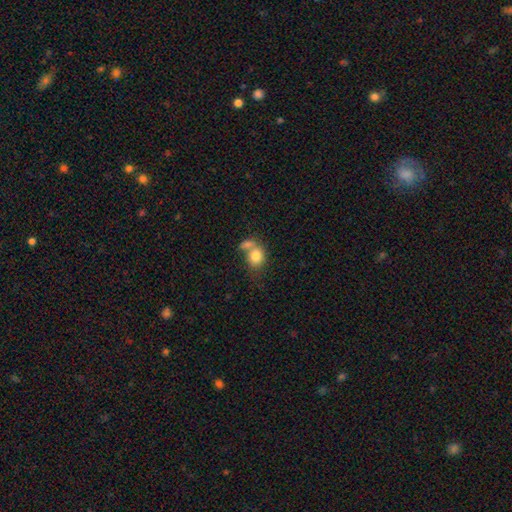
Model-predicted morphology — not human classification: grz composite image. It shows a smooth galaxy with no disk features (78%) that is round (57%). Merging: merger (49%).